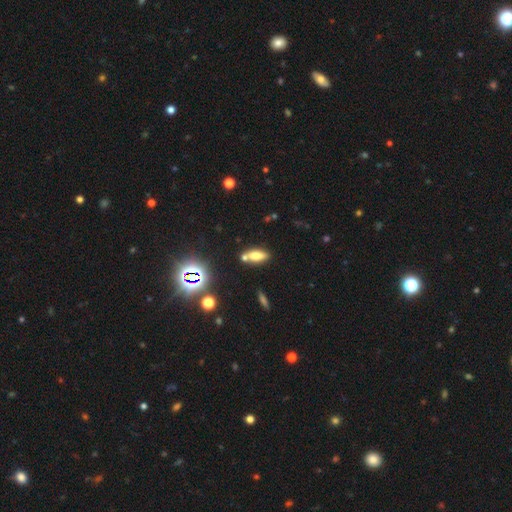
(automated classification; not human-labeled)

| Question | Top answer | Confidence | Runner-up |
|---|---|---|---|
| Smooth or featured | smooth | 65% | featured or disk (18%) |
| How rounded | in between | 71% | cigar-shaped (24%) |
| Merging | none | 58% | merger (25%) |